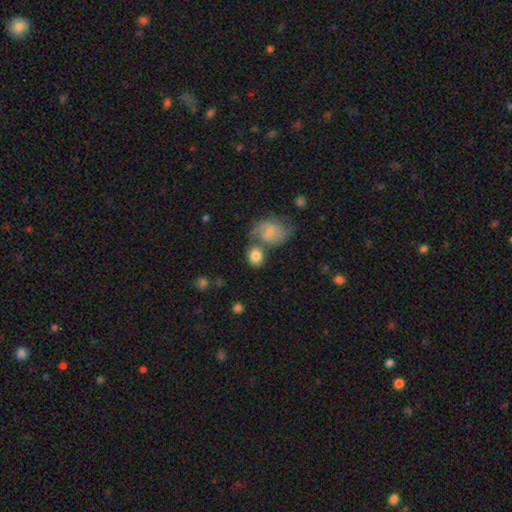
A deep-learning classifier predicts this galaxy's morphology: type=smooth (76%); roundness=round (59%); merging=none (49%).